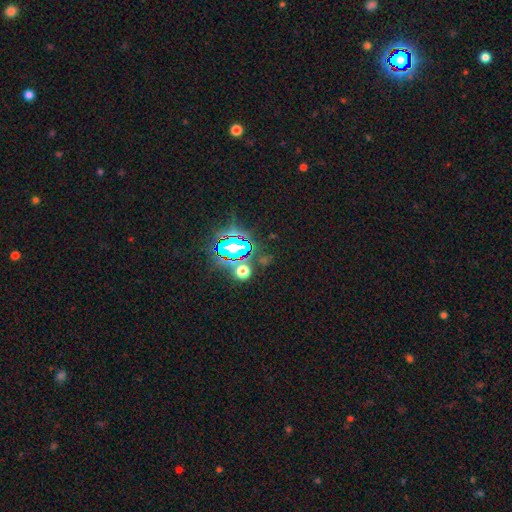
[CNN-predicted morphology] Smooth or featured: star or artifact — 81% (smooth — 12%)